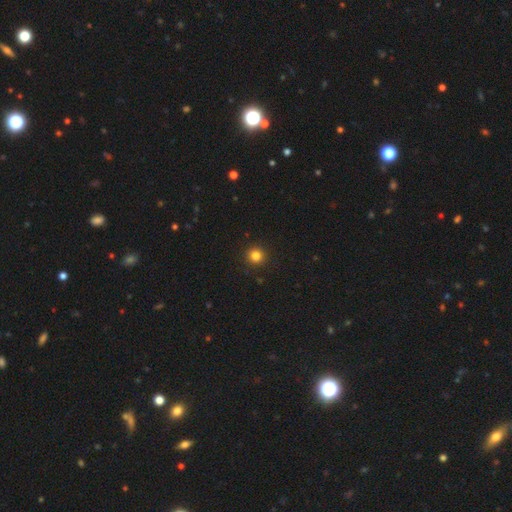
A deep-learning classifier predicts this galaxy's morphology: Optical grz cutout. It shows a smooth galaxy with no disk features (83%) that is round (95%). Merging: none (93%).